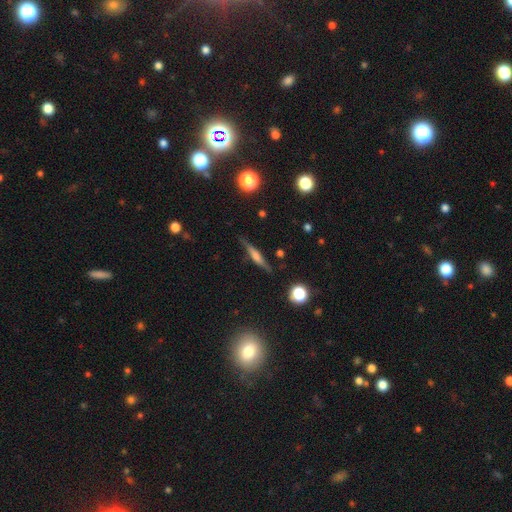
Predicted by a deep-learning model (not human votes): Smooth or featured: featured or disk — 60% (smooth — 31%)
Edge-on disk: yes — 95% (no — 5%)
Edge-on bulge: rounded — 61% (boxy — 24%)
Merging: none — 84% (minor disturbance — 12%)